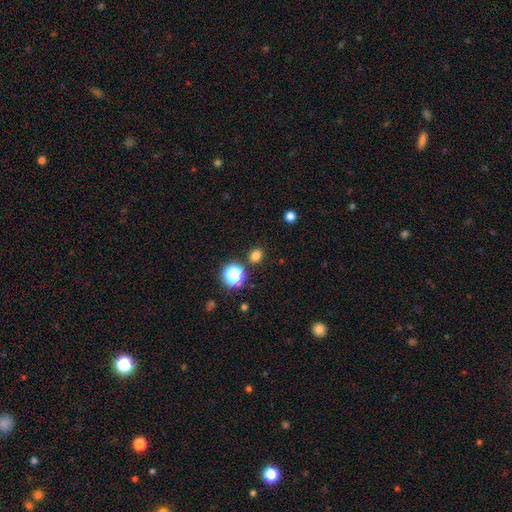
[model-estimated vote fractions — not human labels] smooth_or_featured: smooth (p=0.77) [alt: star or artifact p=0.19]
how_rounded: round (p=0.69) [alt: in between p=0.30]
merging: none (p=0.86) [alt: minor disturbance p=0.08]